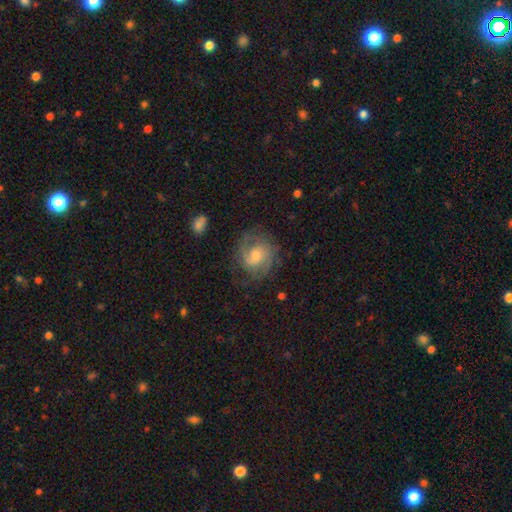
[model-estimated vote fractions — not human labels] The model was most divided on "spiral winding": medium: 43%, tight: 42%, loose: 15%. More confident: edge-on disk — no (97%); spiral arms — yes (90%); merging — none (71%); smooth or featured — featured or disk (68%); spiral arm count — 2 (57%); bulge size — moderate (53%); bar — no (51%).